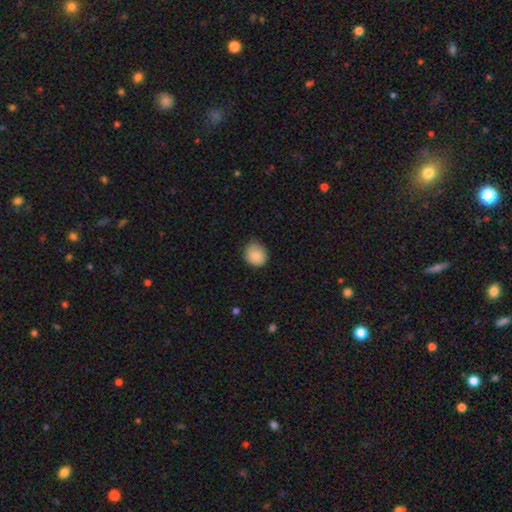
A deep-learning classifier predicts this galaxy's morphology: smooth 86%, star or artifact 8%, featured or disk 5%. Down the decision tree: how rounded — round (73%); merging — none (70%).